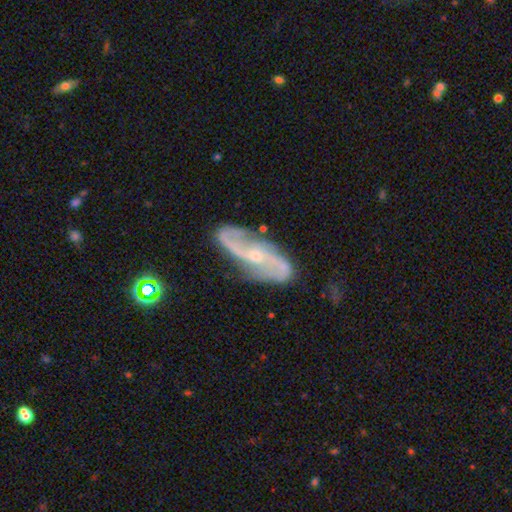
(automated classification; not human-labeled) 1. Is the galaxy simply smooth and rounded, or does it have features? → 88% featured or disk, 6% smooth, 6% star or artifact.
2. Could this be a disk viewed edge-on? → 93% no, 7% yes.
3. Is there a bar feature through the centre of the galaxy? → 50% no, 35% weak, 15% strong.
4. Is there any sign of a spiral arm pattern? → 97% yes, 3% no.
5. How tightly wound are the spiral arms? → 46% loose, 40% medium, 14% tight.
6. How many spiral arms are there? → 85% 2, 5% 3, 4% can't tell, 2% 1, 2% 4, 2% more than 4.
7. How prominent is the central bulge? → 70% small, 26% moderate, 3% none, 1% large, 1% dominant.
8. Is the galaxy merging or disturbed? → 76% none, 16% minor disturbance, 5% major disturbance, 2% merger.